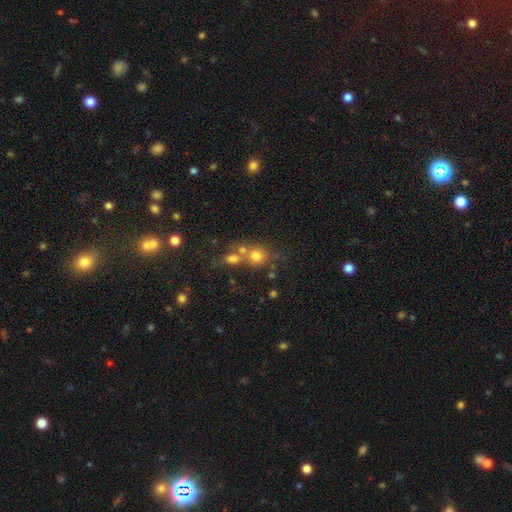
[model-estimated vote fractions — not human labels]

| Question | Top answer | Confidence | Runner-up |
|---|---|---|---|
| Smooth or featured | smooth | 71% | star or artifact (15%) |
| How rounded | round | 81% | in between (18%) |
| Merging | none | 45% | merger (40%) |